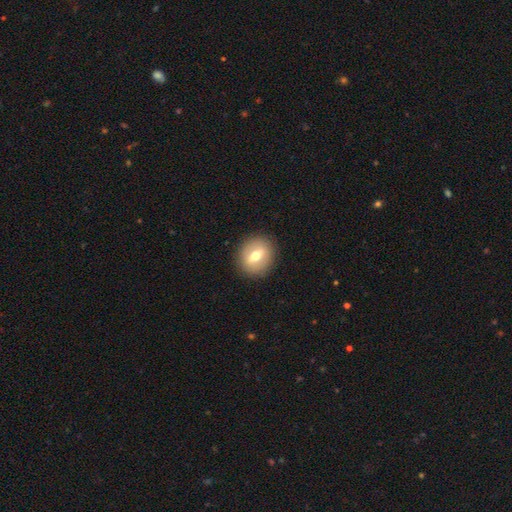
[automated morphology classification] A smooth galaxy with no disk features (50%) that is round (63%). Merging: none (88%).